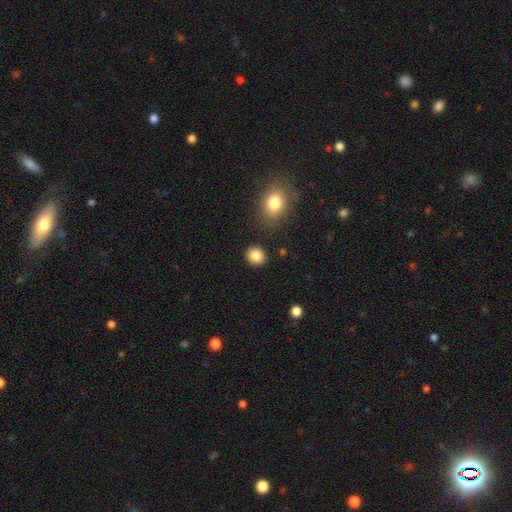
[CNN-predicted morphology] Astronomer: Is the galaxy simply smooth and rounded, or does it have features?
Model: smooth — 85%.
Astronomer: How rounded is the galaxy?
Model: round — 80%.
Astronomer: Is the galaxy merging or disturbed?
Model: none — 89%.